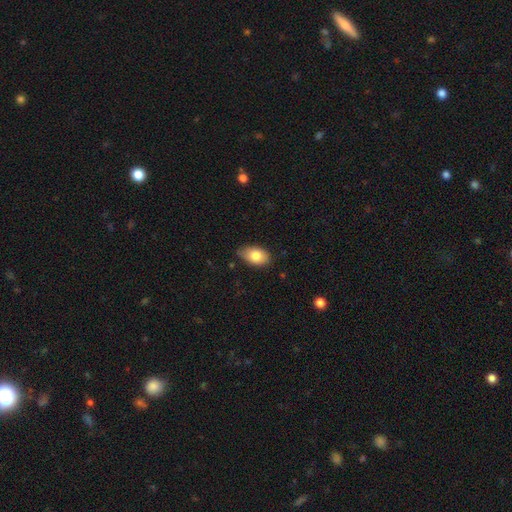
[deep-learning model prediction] Morphology: type=smooth (81%); roundness=in between (90%); merging=none (76%).